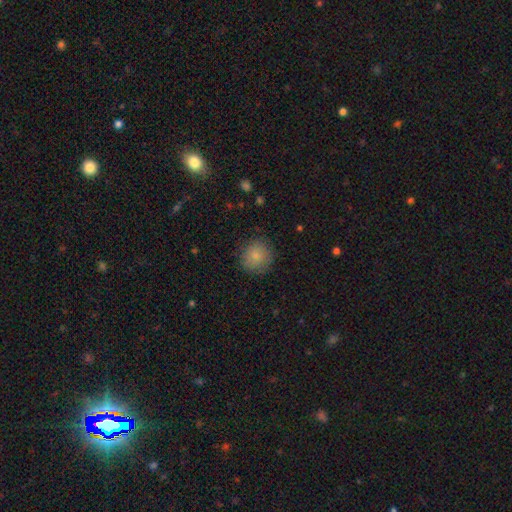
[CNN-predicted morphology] Smooth or featured? Predicted: smooth (p=0.84). How rounded? Predicted: round (p=0.90). Merging? Predicted: none (p=0.85).